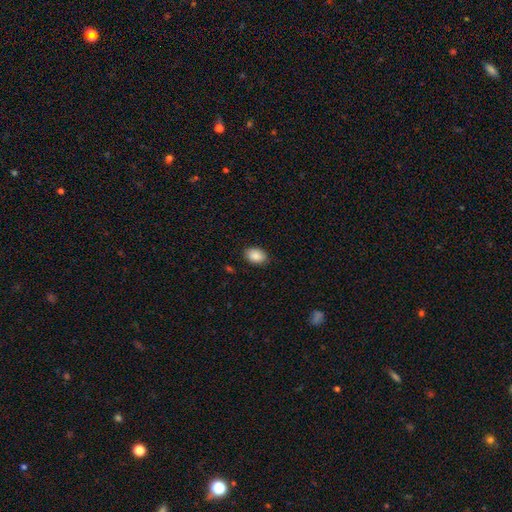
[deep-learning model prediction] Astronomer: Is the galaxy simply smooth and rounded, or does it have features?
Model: smooth — 89%.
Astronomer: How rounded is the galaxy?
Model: in between — 88%.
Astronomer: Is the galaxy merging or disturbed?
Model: none — 87%.